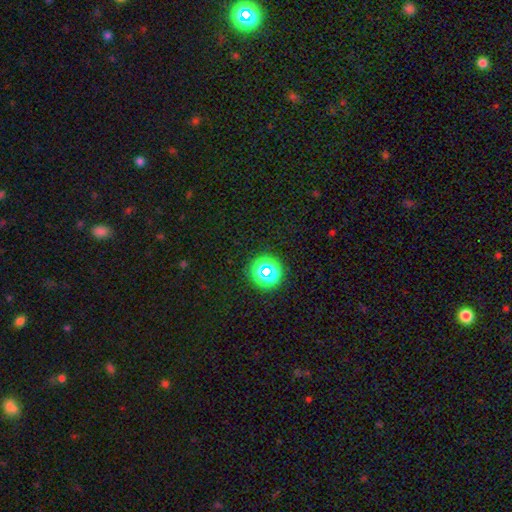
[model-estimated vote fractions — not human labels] Smooth or featured: smooth — 52% (star or artifact — 44%)
How rounded: round — 90% (in between — 9%)
Merging: none — 91% (minor disturbance — 5%)